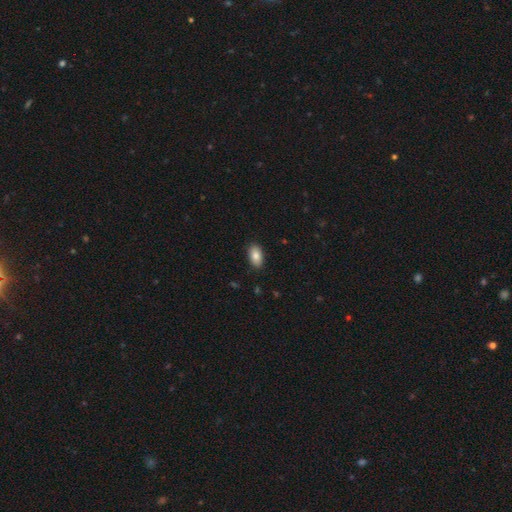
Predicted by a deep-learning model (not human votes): This appears to be a smooth galaxy with no disk features (84%) that is in between round and cigar-shaped (93%). Merging: none (88%).